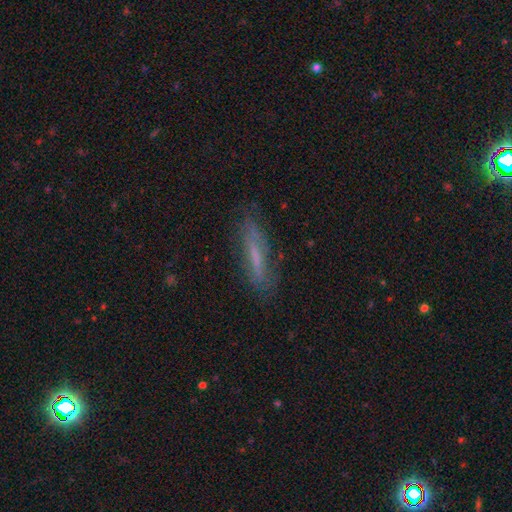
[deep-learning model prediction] Overall: smooth (47%; featured or disk 42%). Merging: none (78%).